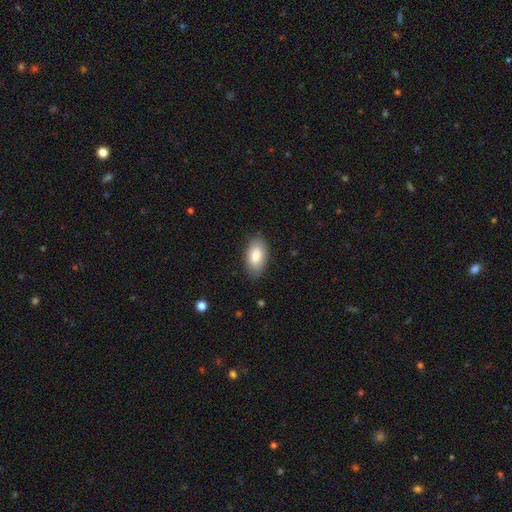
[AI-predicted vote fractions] This appears to be a smooth galaxy with no disk features (84%) that is in between round and cigar-shaped (94%). Merging: none (83%).